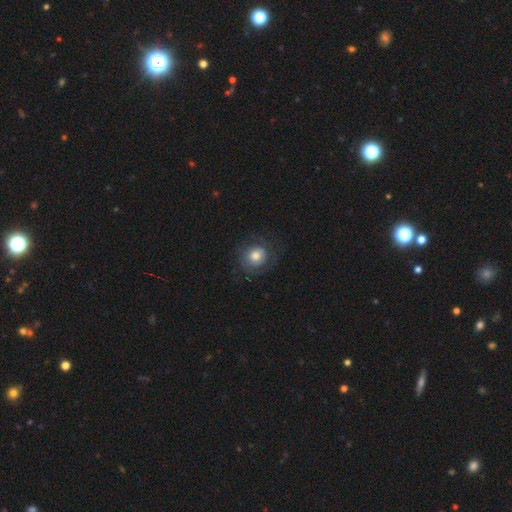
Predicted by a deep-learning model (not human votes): Smooth or featured? smooth (58%)
How rounded? round (83%)
Merging? none (72%)